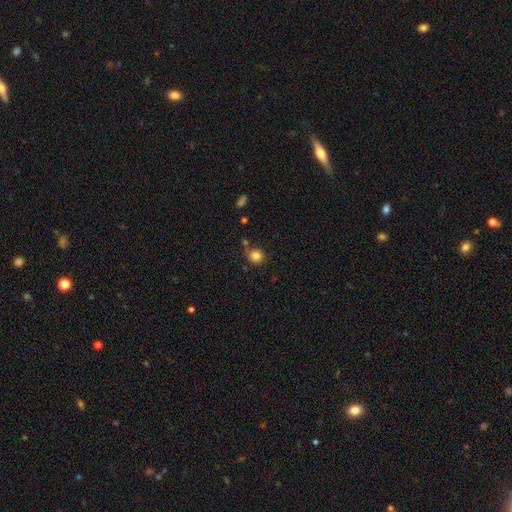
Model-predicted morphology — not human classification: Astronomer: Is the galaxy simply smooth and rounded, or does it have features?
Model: smooth — 83%.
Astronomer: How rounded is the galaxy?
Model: round — 85%.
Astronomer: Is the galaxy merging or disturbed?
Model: none — 72%.